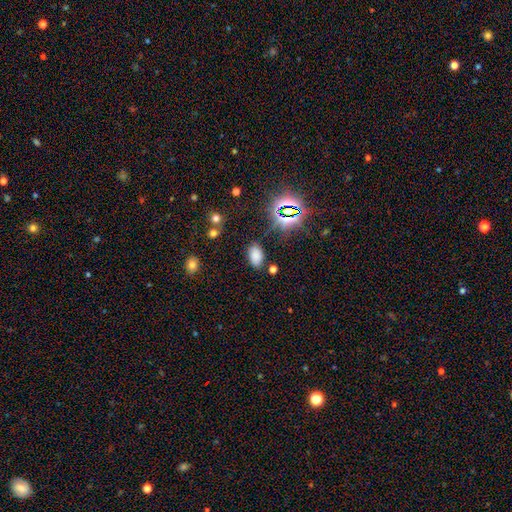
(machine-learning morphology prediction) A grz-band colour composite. It shows a smooth galaxy with no disk features (71%) that is in between round and cigar-shaped (92%). Merging: none (80%).